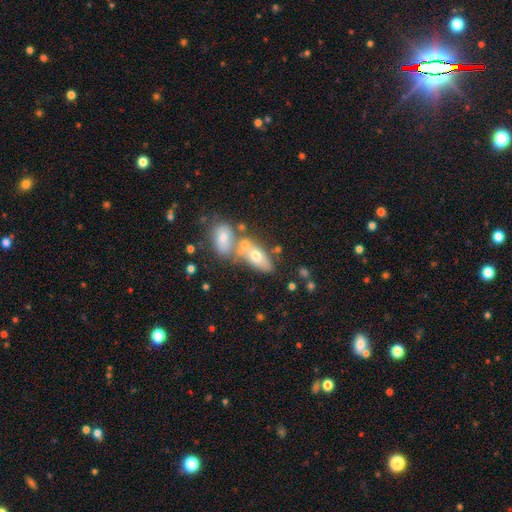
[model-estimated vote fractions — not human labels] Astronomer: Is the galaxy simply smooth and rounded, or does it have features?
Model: smooth — 55% (runner-up: featured or disk, 35%).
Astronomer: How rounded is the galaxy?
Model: in between — 78%.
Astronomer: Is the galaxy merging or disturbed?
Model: merger — 49% (runner-up: none, 36%).